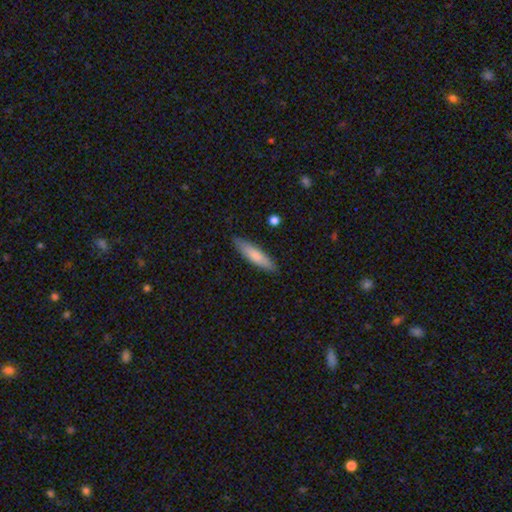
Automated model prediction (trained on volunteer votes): Smooth or featured?
  - smooth: 77% *
  - featured or disk: 18%
  - star or artifact: 5%
How rounded?
  - cigar-shaped: 77% *
  - in between: 21%
  - round: 1%
Merging?
  - none: 87% *
  - minor disturbance: 10%
  - major disturbance: 2%
  - merger: 1%